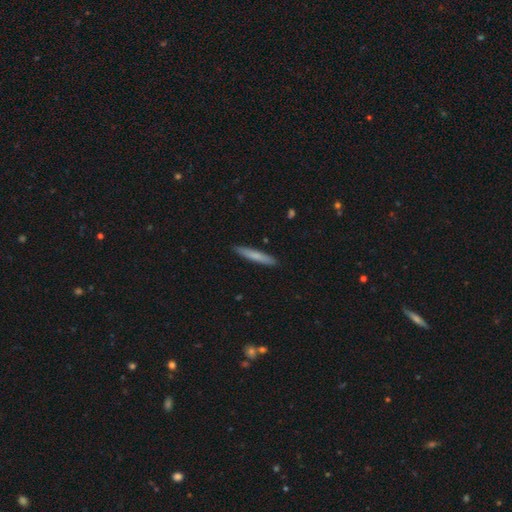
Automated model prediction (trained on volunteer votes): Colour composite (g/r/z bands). It shows a smooth galaxy with no disk features (72%) that is cigar-shaped (95%). Merging: none (90%).